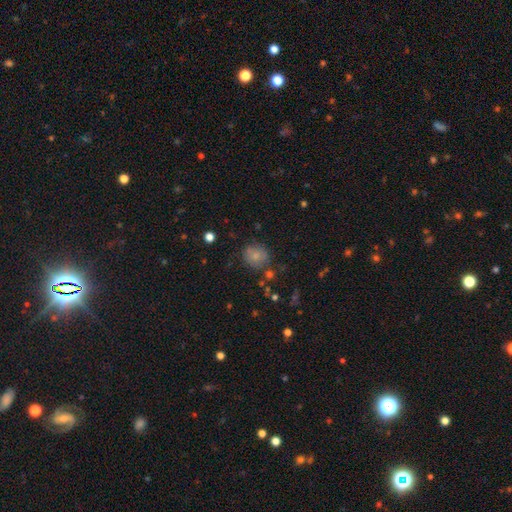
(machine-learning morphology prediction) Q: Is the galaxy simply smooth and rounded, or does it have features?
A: smooth — 77%.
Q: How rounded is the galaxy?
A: round — 83%.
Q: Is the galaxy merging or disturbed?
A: none — 74%.